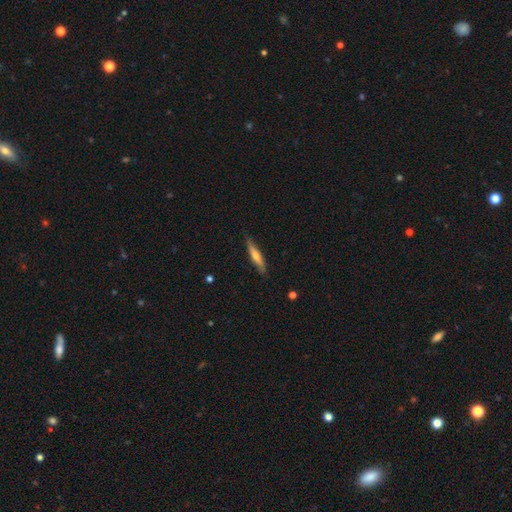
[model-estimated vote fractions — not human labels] Smooth or featured? Predicted: smooth (p=0.48). Merging? Predicted: none (p=0.84).